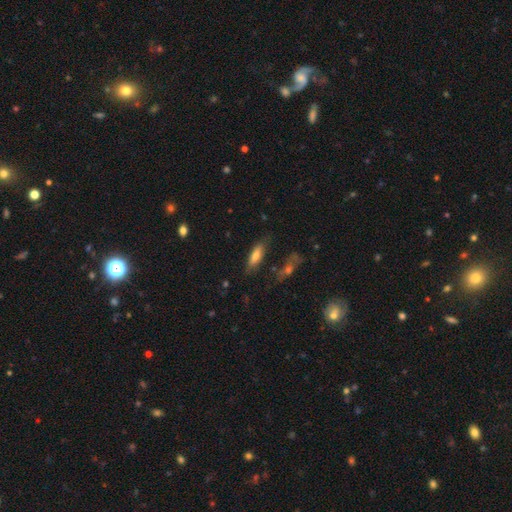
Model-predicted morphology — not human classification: This is likely a smooth galaxy (69%). How rounded: possibly cigar-shaped (56%). Merging: likely none (74%).